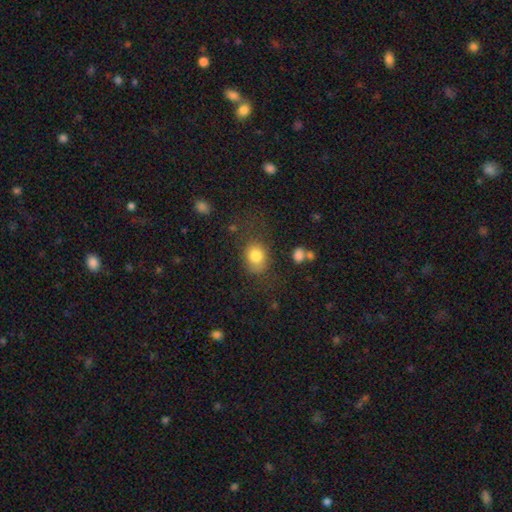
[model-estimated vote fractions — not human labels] Smooth or featured?
  - smooth: 81% *
  - star or artifact: 10%
  - featured or disk: 9%
How rounded?
  - round: 52% *
  - in between: 47%
  - cigar-shaped: 1%
Merging?
  - none: 61% *
  - minor disturbance: 22%
  - major disturbance: 13%
  - merger: 4%